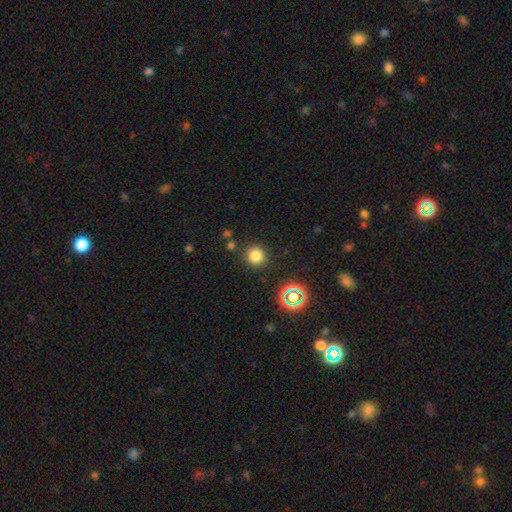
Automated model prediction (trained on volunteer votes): A smooth galaxy with no disk features (77%) that is round (93%). Merging: none (87%).